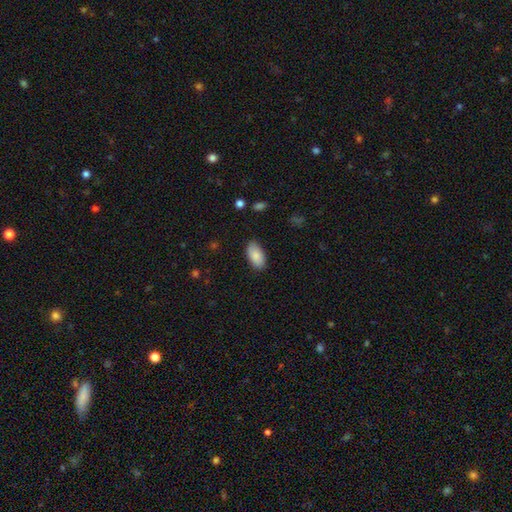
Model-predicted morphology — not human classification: Smooth or featured: smooth — 88% (featured or disk — 6%)
How rounded: in between — 95% (cigar-shaped — 3%)
Merging: none — 85% (minor disturbance — 11%)